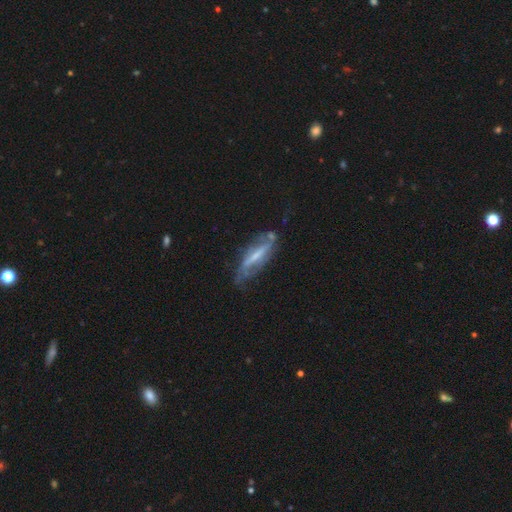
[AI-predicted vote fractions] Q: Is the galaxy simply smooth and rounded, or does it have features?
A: featured or disk — 67%.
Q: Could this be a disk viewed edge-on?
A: no — 53%.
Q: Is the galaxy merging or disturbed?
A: none — 52%.